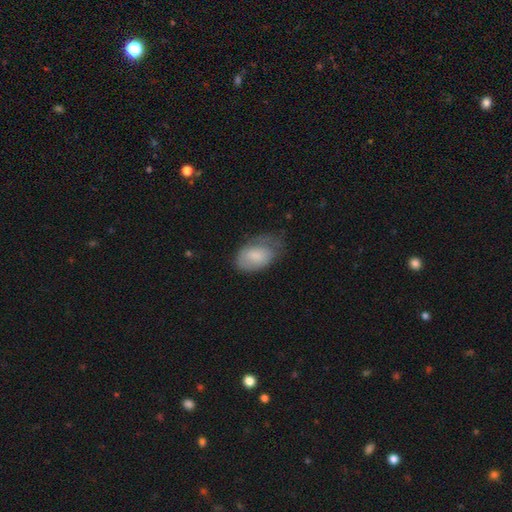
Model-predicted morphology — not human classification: This appears to be a smooth galaxy with no disk features (73%) that is in between round and cigar-shaped (91%). Merging: none (39%).